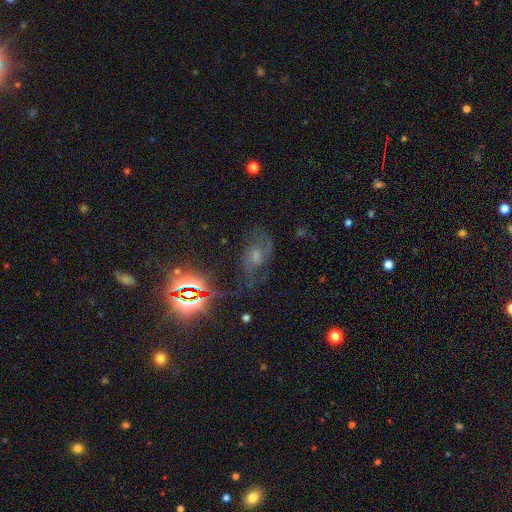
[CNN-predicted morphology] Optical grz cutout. It shows a featured or disk galaxy (52%). Merging: none (55%).